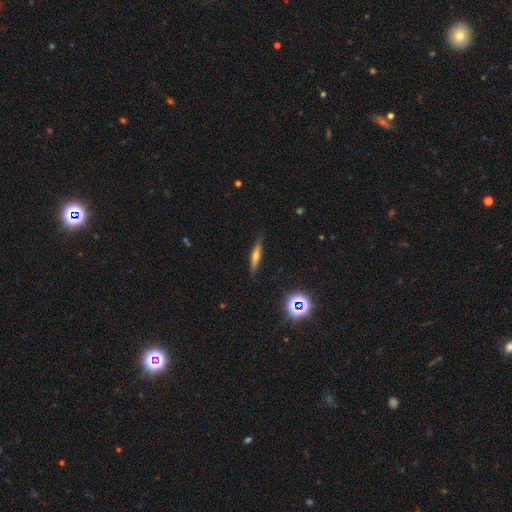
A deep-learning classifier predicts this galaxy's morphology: This is possibly a smooth galaxy (46%). Merging: clearly none (87%).